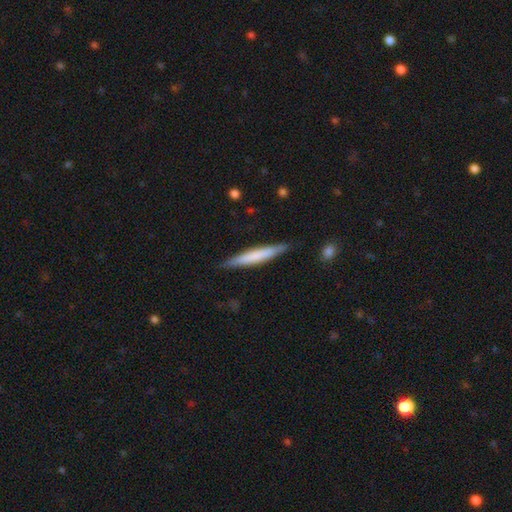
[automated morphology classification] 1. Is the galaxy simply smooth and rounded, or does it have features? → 62% smooth, 32% featured or disk, 5% star or artifact.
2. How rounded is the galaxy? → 94% cigar-shaped, 4% in between, 1% round.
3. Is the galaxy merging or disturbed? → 87% none, 10% minor disturbance, 2% major disturbance, 1% merger.